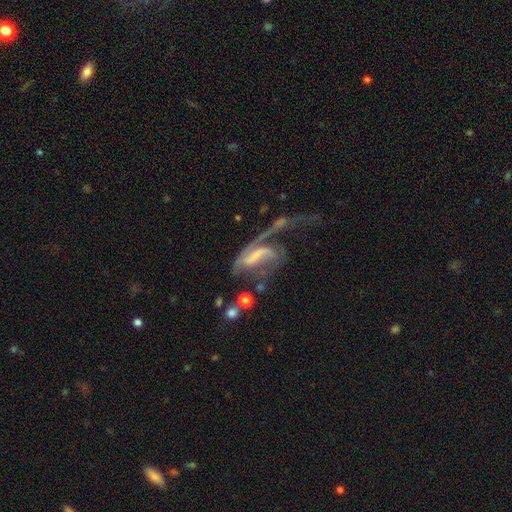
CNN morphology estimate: This appears to be a featured or disk galaxy (71%) with a strong bar (38%), spiral arms (73%) and no central bulge (49%). Merging: major disturbance (56%).